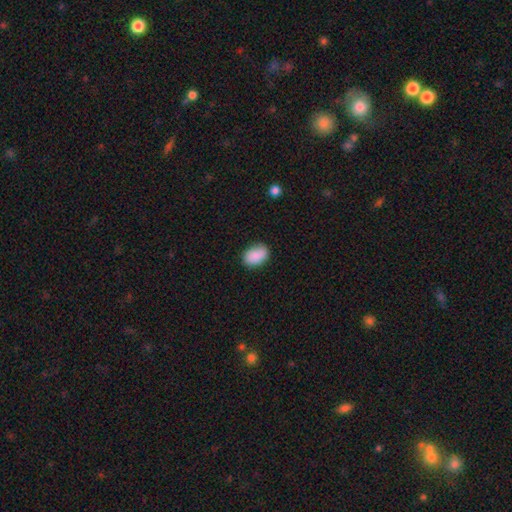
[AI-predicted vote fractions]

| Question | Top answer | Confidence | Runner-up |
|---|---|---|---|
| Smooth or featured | smooth | 87% | star or artifact (7%) |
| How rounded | in between | 84% | round (15%) |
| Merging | none | 80% | minor disturbance (16%) |